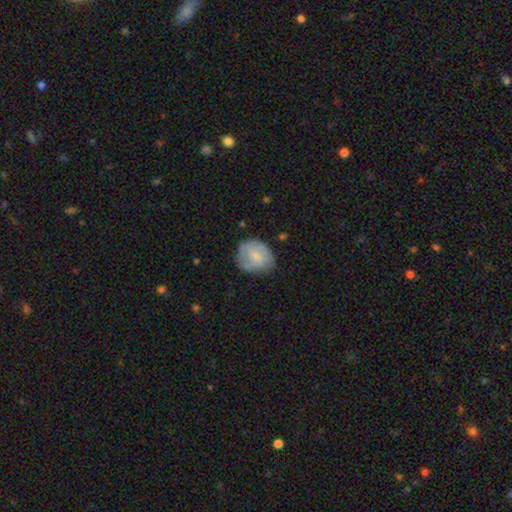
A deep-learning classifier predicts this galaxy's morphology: smooth 55%, featured or disk 39%, star or artifact 7%. Down the decision tree: how rounded — round (71%); merging — none (65%).